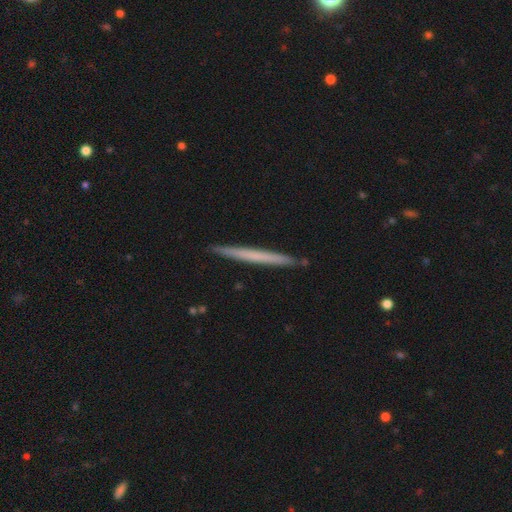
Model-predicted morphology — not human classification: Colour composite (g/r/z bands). It shows a smooth galaxy with no disk features (50%) that is cigar-shaped (97%). Merging: none (91%).